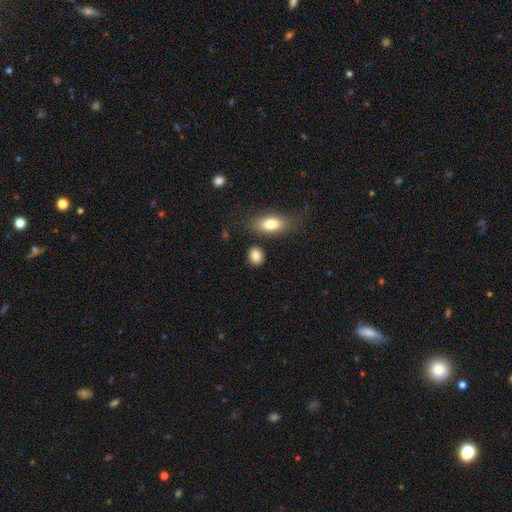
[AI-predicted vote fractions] smooth-or-featured: smooth: 86% | star or artifact: 8% | featured or disk: 6%
  how-rounded: in between: 51% | round: 47% | cigar-shaped: 2%
  merging: none: 82% | minor disturbance: 9% | merger: 5% | major disturbance: 3%